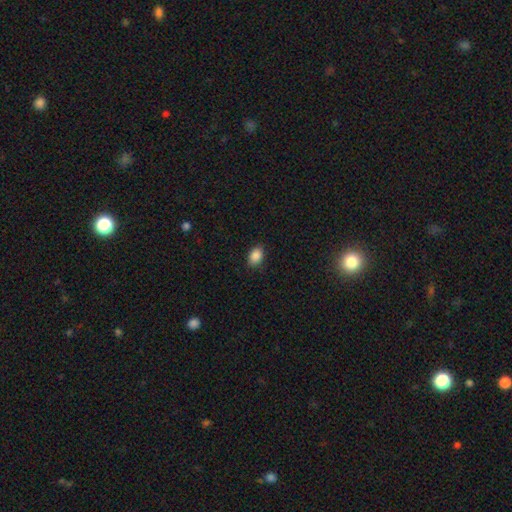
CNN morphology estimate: smooth_or_featured: smooth (p=0.88) [alt: star or artifact p=0.08]
how_rounded: in between (p=0.81) [alt: round p=0.18]
merging: none (p=0.86) [alt: minor disturbance p=0.11]